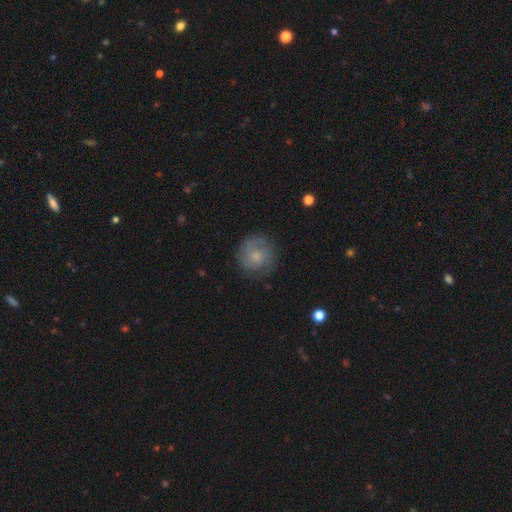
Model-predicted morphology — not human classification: Smooth or featured? featured or disk (47%)
Merging? none (78%)